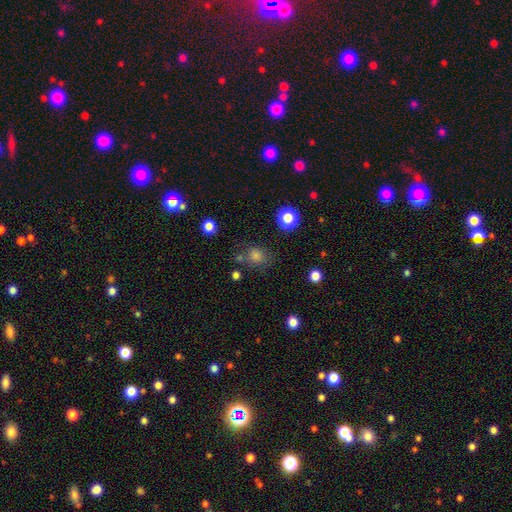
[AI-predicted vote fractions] Smooth or featured? smooth (72%)
How rounded? round (74%)
Merging? none (72%)